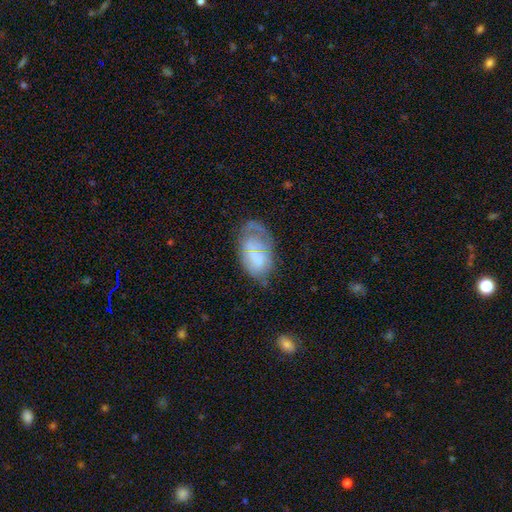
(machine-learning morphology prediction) The model was most divided on "smooth or featured": smooth: 47%, featured or disk: 43%, star or artifact: 10%. Remaining: merging — none (36%).